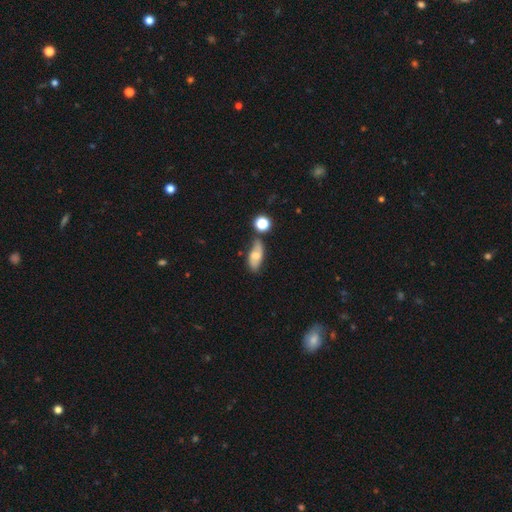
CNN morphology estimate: A smooth galaxy with no disk features (50%) that is in between round and cigar-shaped (79%).

Vote fractions:
- Smooth or featured? smooth: 50% / featured or disk: 40% / star or artifact: 10%
- How rounded? in between: 79% / cigar-shaped: 14% / round: 7%
- Merging? none: 61% / minor disturbance: 22% / merger: 10% / major disturbance: 7%